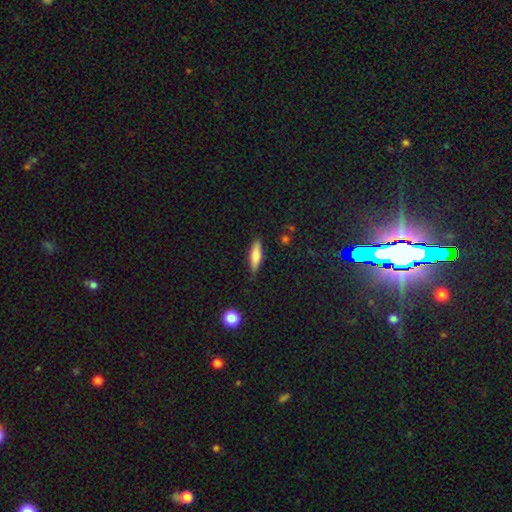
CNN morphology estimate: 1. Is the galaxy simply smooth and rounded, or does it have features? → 74% smooth, 19% featured or disk, 7% star or artifact.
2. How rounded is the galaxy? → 61% cigar-shaped, 37% in between, 2% round.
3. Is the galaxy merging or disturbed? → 83% none, 13% minor disturbance, 3% major disturbance, 2% merger.